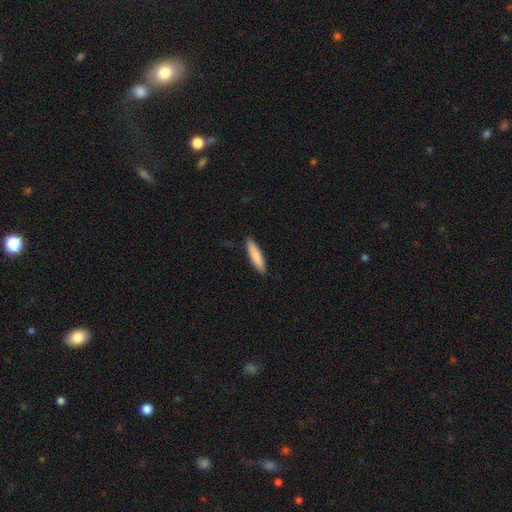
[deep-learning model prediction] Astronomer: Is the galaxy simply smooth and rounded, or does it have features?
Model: smooth — 84%.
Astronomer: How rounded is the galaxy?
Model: cigar-shaped — 77%.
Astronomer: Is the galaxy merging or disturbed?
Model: none — 88%.